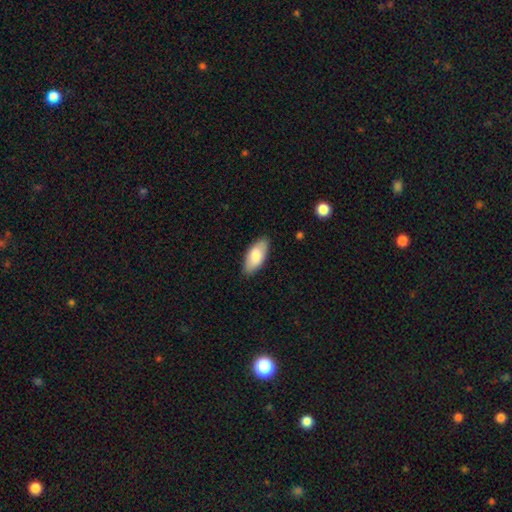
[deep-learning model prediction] Q: Smooth or featured?
A: smooth (83%); runner-up: featured or disk (12%)
Q: How rounded?
A: in between (90%); runner-up: cigar-shaped (8%)
Q: Merging?
A: none (85%); runner-up: minor disturbance (11%)